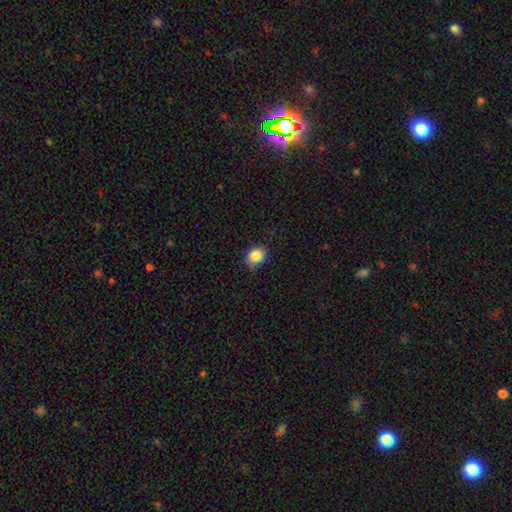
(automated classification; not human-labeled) Q: Smooth or featured?
A: smooth (86%); runner-up: star or artifact (9%)
Q: How rounded?
A: in between (51%); runner-up: round (48%)
Q: Merging?
A: none (75%); runner-up: minor disturbance (21%)